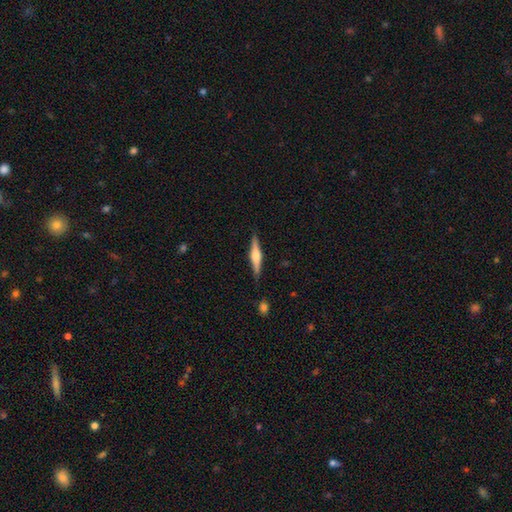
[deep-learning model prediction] smooth-or-featured: featured or disk: 65% | smooth: 30% | star or artifact: 6%
  disk-edge-on: yes: 97% | no: 3%
    edge-on-bulge: rounded: 82% | boxy: 14% | none: 4%
  merging: none: 87% | minor disturbance: 9% | major disturbance: 2% | merger: 2%